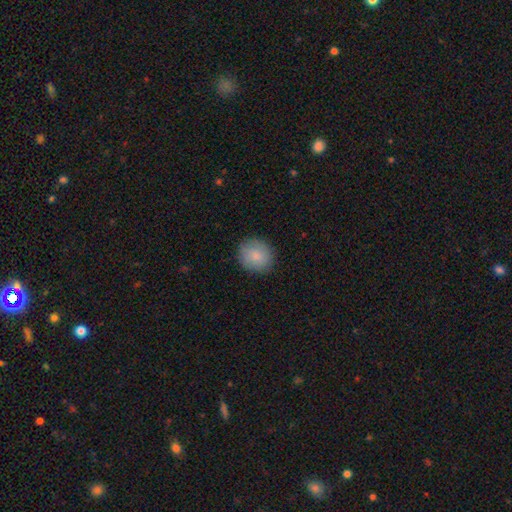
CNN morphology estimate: This appears to be a smooth galaxy with no disk features (86%) that is round (80%). Merging: none (86%).